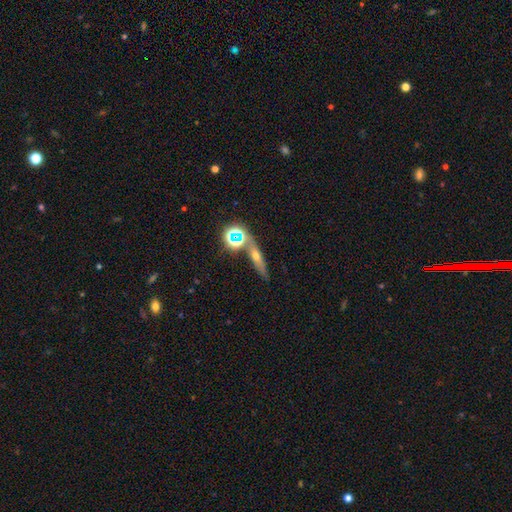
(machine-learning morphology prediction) featured or disk 47%, smooth 27%, star or artifact 26%. Down the decision tree: merging — none (73%).